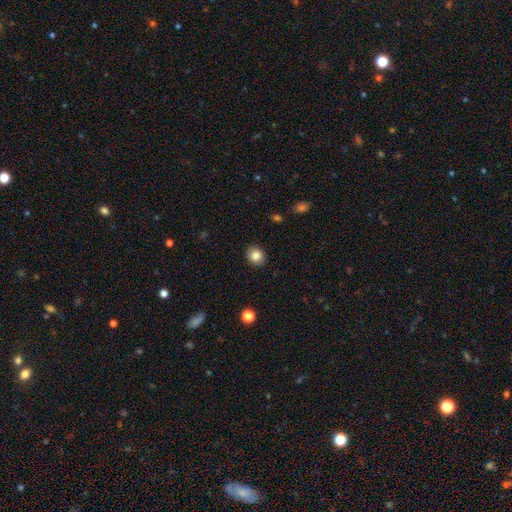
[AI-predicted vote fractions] Smooth or featured? smooth (85%)
How rounded? round (76%)
Merging? none (89%)